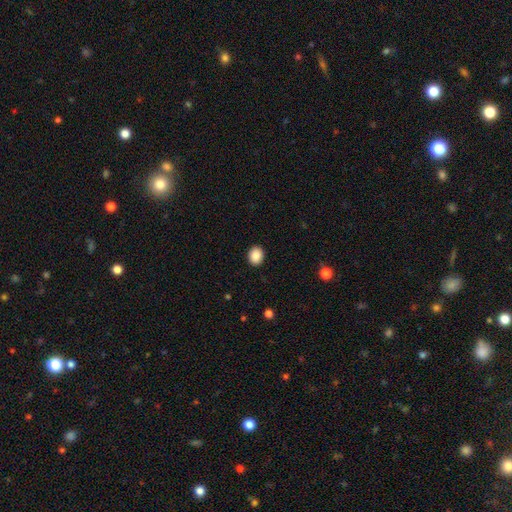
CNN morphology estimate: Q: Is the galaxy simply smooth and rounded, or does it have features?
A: smooth — 89%.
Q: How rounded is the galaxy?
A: in between — 52%.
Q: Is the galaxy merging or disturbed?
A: none — 91%.